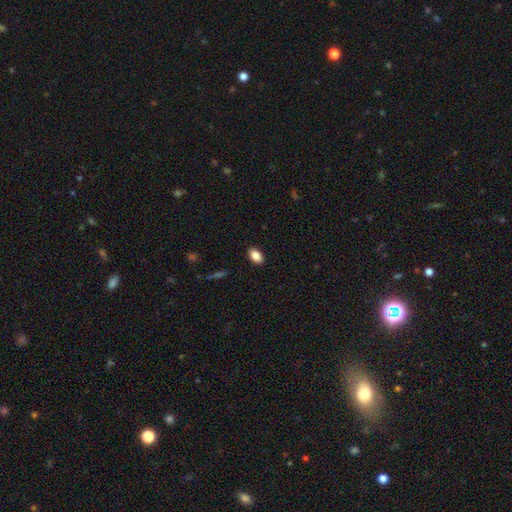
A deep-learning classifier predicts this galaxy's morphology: Smooth or featured: smooth — 85% (star or artifact — 8%)
How rounded: in between — 91% (round — 7%)
Merging: none — 89% (minor disturbance — 8%)